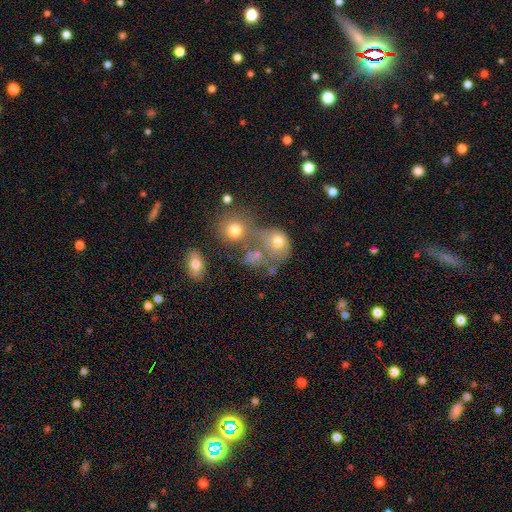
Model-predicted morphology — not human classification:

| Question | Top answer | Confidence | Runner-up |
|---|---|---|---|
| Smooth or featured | smooth | 58% | featured or disk (23%) |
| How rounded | round | 70% | in between (28%) |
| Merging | merger | 42% | none (35%) |